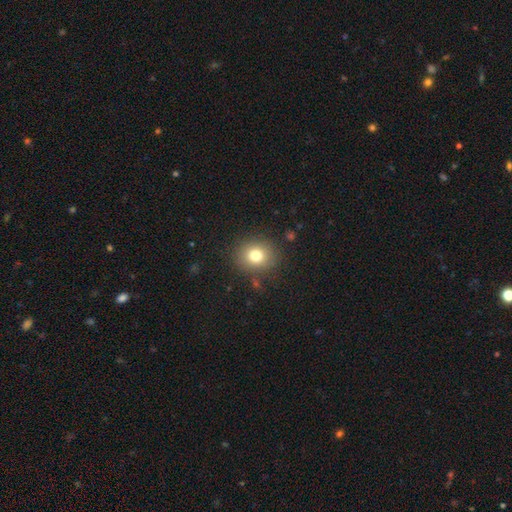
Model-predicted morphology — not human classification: The model was most divided on "how rounded": round: 78%, in between: 22%, cigar-shaped: 1%. More confident: merging — none (86%); smooth or featured — smooth (78%).